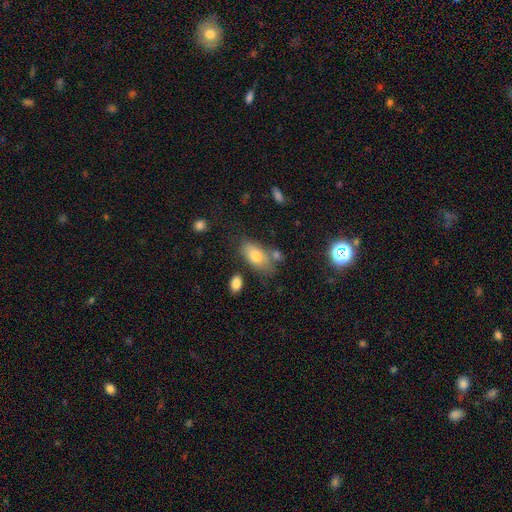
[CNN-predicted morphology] Smooth or featured? Predicted: smooth (p=0.74). How rounded? Predicted: in between (p=0.89). Merging? Predicted: none (p=0.62).